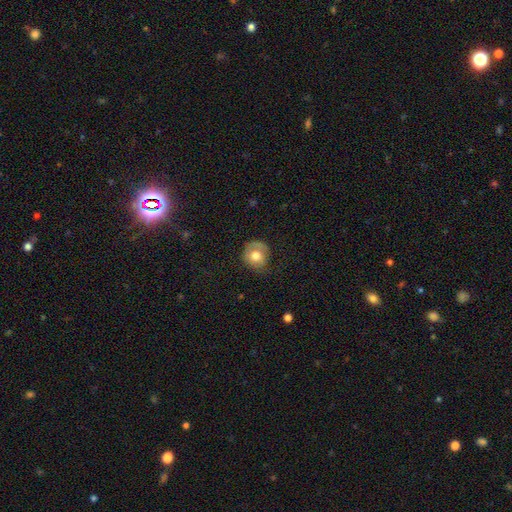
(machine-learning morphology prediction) smooth_or_featured: smooth (p=0.67) [alt: featured or disk p=0.25]
how_rounded: round (p=0.78) [alt: in between p=0.21]
merging: none (p=0.56) [alt: minor disturbance p=0.28]